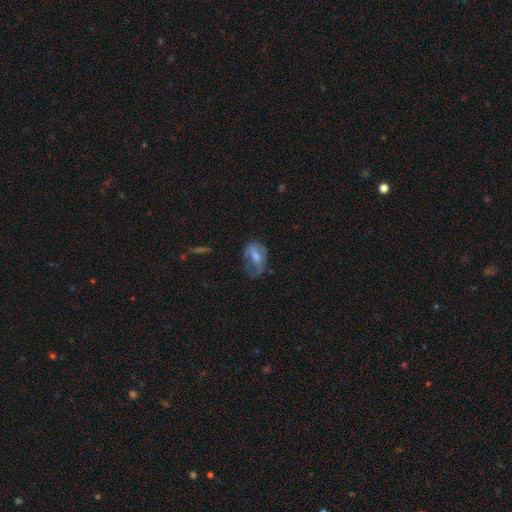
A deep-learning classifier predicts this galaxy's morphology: smooth-or-featured: featured or disk: 48% | smooth: 42% | star or artifact: 11%
  merging: none: 42% | minor disturbance: 29% | major disturbance: 26% | merger: 2%